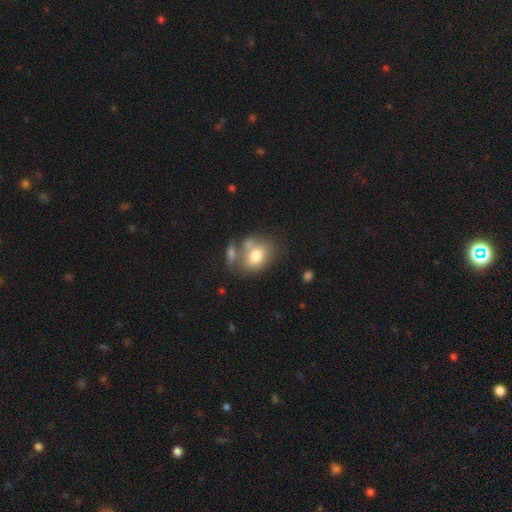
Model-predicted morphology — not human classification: The model was most divided on "how rounded": in between: 59%, round: 40%, cigar-shaped: 1%. Remaining: smooth or featured — smooth (75%); merging — none (49%).